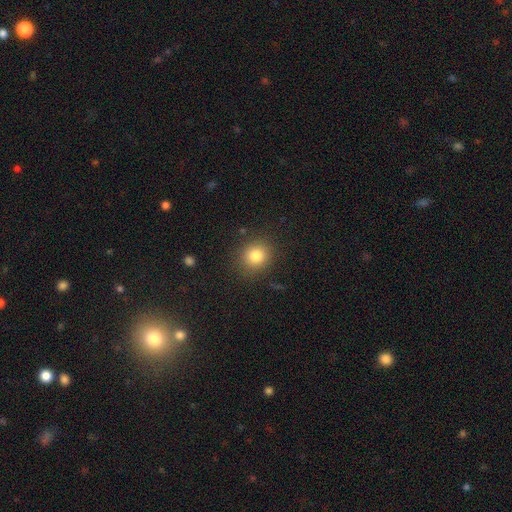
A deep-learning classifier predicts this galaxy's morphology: The model was most divided on "how rounded": round: 82%, in between: 17%, cigar-shaped: 1%. More confident: merging — none (87%); smooth or featured — smooth (82%).